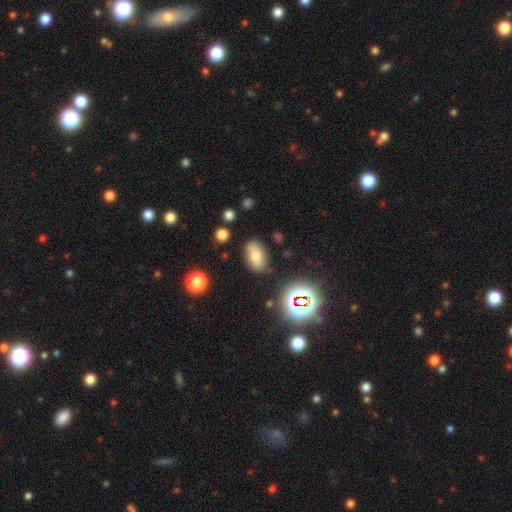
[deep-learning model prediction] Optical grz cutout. It shows a smooth galaxy with no disk features (68%) that is in between round and cigar-shaped (87%). Merging: none (82%).